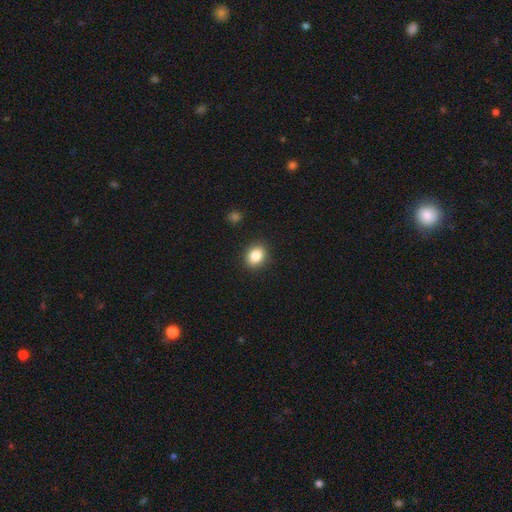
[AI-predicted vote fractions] A smooth galaxy with no disk features (85%) that is round (52%).

Vote fractions:
- Smooth or featured? smooth: 85% / star or artifact: 10% / featured or disk: 6%
- How rounded? round: 52% / in between: 48% / cigar-shaped: 1%
- Merging? none: 90% / minor disturbance: 7% / major disturbance: 2% / merger: 1%